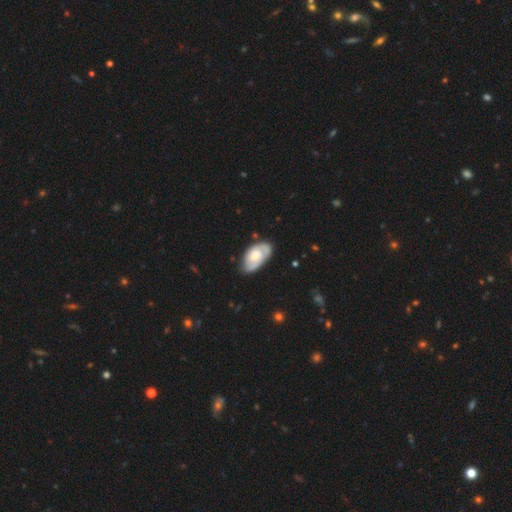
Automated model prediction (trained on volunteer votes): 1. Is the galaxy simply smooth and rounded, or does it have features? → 58% featured or disk, 37% smooth, 5% star or artifact.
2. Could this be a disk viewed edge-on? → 94% no, 6% yes.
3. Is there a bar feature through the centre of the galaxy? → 77% no, 20% weak, 3% strong.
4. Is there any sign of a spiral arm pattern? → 76% yes, 24% no.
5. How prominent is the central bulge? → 50% moderate, 23% small, 20% large, 5% none, 2% dominant.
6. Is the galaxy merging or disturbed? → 68% none, 24% minor disturbance, 6% major disturbance, 2% merger.